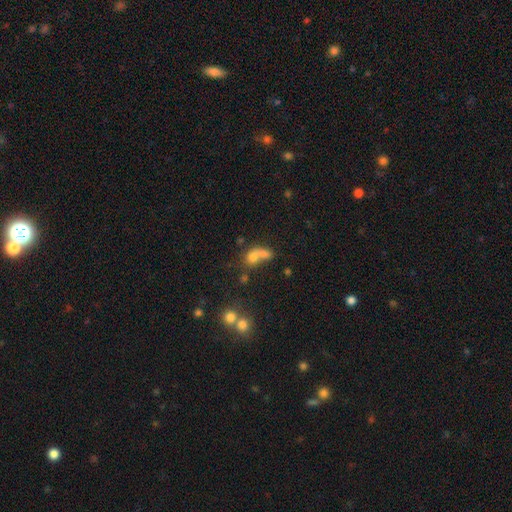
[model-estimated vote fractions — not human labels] This appears to be a smooth galaxy with no disk features (70%) that is in between round and cigar-shaped (54%). Merging: merger (54%).